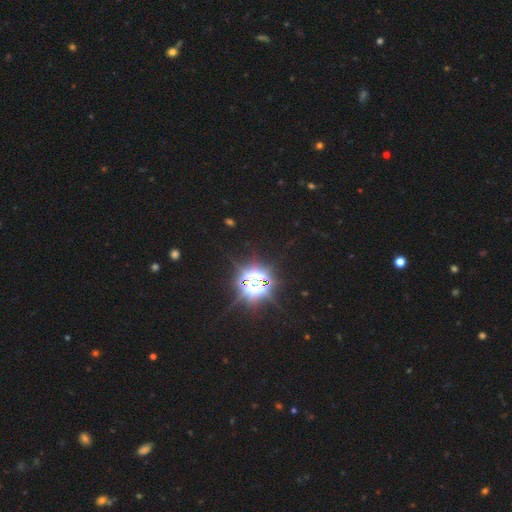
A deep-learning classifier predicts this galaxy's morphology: smooth_or_featured: star or artifact (p=0.83) [alt: smooth p=0.12]